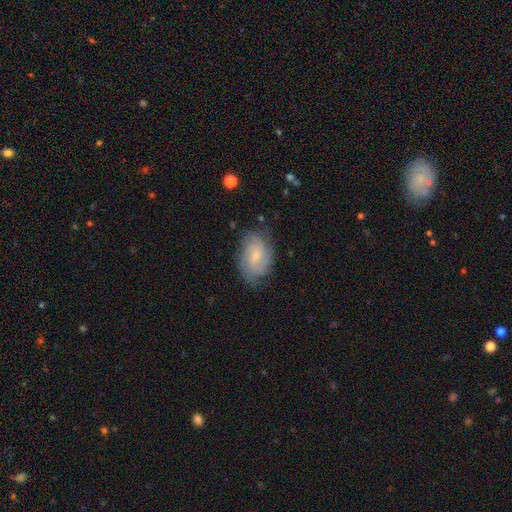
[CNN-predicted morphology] A featured or disk galaxy (49%).

Vote fractions:
- Smooth or featured? featured or disk: 49% / smooth: 44% / star or artifact: 8%
- Merging? none: 70% / minor disturbance: 22% / major disturbance: 6% / merger: 1%